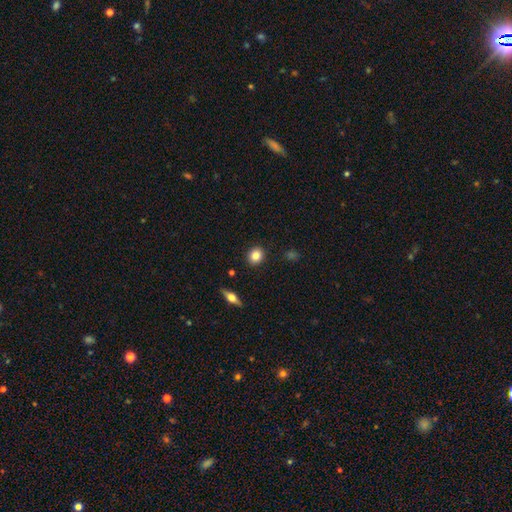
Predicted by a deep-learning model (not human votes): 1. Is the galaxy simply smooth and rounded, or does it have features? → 83% smooth, 8% star or artifact, 8% featured or disk.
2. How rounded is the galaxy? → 76% round, 22% in between, 1% cigar-shaped.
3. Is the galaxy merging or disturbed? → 91% none, 6% minor disturbance, 2% major disturbance, 1% merger.